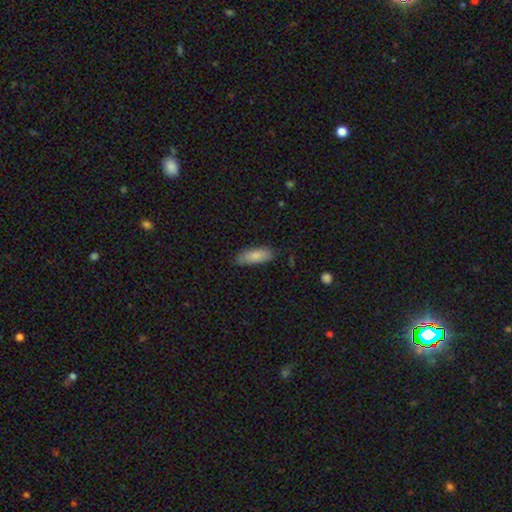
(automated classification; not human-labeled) The model was most divided on "how rounded": in between: 70%, cigar-shaped: 28%, round: 2%. More confident: smooth or featured — smooth (84%); merging — none (80%).